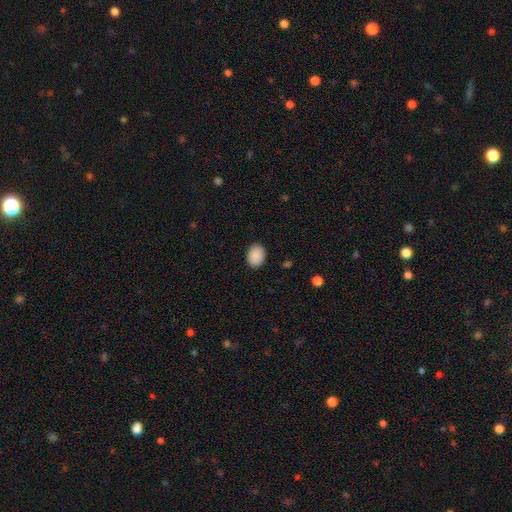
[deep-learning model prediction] The model was most divided on "how rounded": in between: 71%, round: 29%, cigar-shaped: 1%. More confident: smooth or featured — smooth (90%); merging — none (89%).